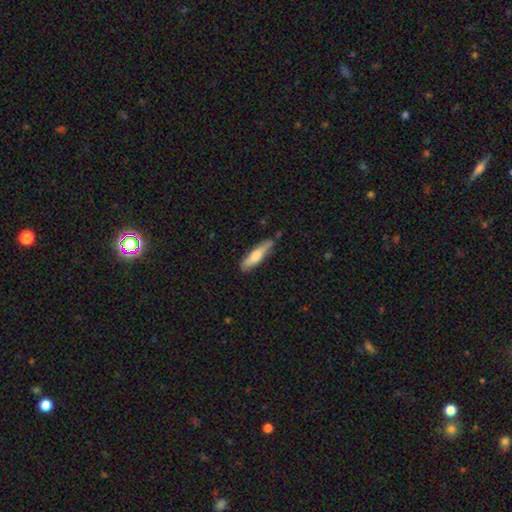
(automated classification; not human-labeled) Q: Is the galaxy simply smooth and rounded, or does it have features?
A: smooth — 68%.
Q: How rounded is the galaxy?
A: cigar-shaped — 77%.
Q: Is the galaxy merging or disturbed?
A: none — 77%.